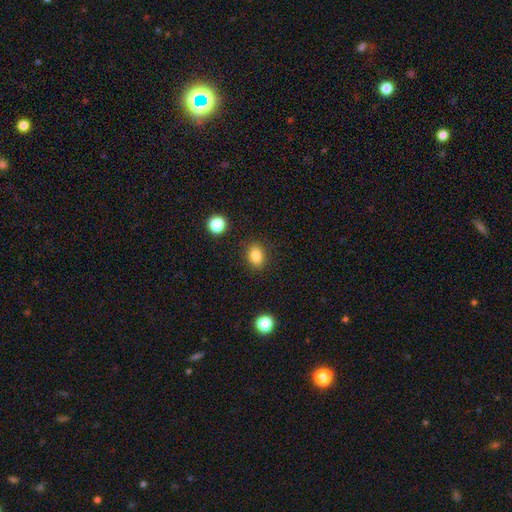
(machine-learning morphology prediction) This is clearly a smooth galaxy (84%). How rounded: likely in between (65%). Merging: clearly none (86%).